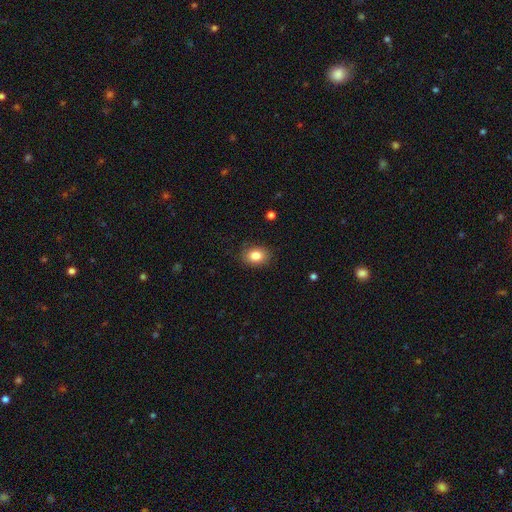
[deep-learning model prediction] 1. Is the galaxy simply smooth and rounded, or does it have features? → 83% smooth, 10% star or artifact, 7% featured or disk.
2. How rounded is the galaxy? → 61% in between, 38% round, 1% cigar-shaped.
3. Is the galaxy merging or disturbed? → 86% none, 11% minor disturbance, 3% major disturbance, 1% merger.